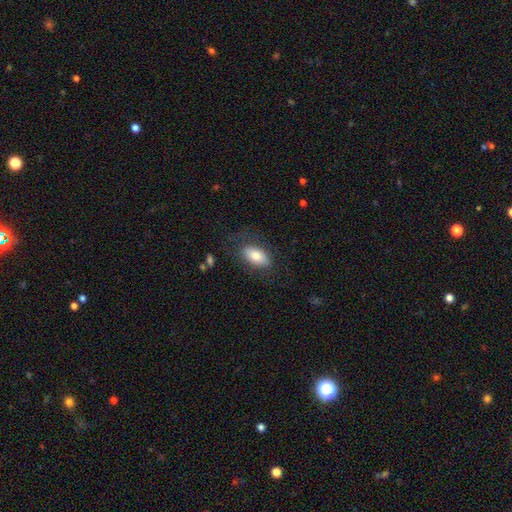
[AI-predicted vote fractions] The model was most divided on "merging": none: 74%, minor disturbance: 16%, major disturbance: 8%, merger: 1%. More confident: how rounded — in between (91%); smooth or featured — smooth (77%).